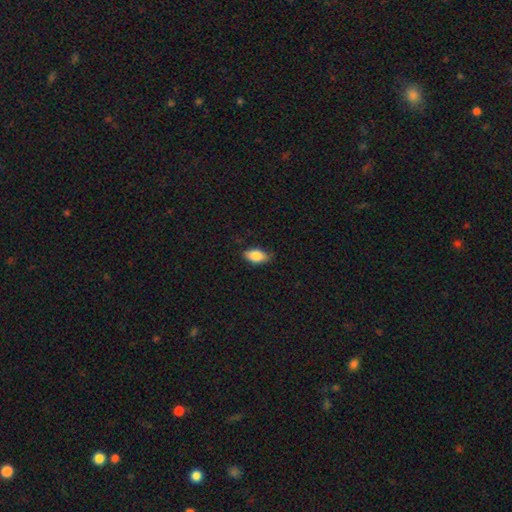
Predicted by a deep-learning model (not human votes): Smooth or featured?
  - smooth: 85% *
  - featured or disk: 8%
  - star or artifact: 7%
How rounded?
  - in between: 91% *
  - cigar-shaped: 4%
  - round: 4%
Merging?
  - none: 77% *
  - minor disturbance: 19%
  - major disturbance: 3%
  - merger: 1%